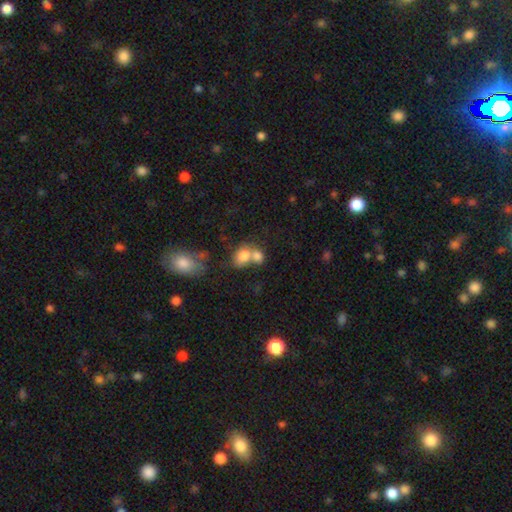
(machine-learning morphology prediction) Smooth or featured: smooth — 77% (featured or disk — 13%)
How rounded: in between — 56% (round — 43%)
Merging: merger — 63% (none — 25%)